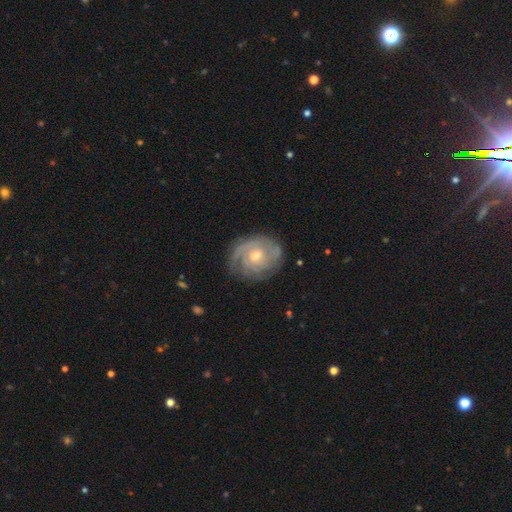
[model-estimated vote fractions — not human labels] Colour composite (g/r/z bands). It shows a featured or disk galaxy (79%) with no bar (75%), tight (68%) spiral arms (92%) and a moderate central bulge (55%). Merging: none (75%).